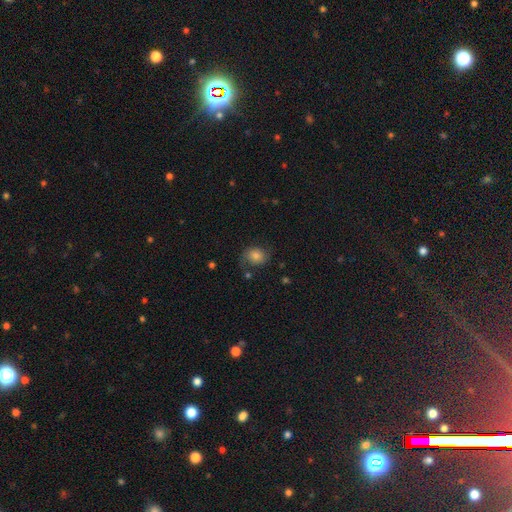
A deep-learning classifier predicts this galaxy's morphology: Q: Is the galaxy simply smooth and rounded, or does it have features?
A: smooth — 70%.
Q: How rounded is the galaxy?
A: round — 59%.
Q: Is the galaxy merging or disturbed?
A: none — 64%.